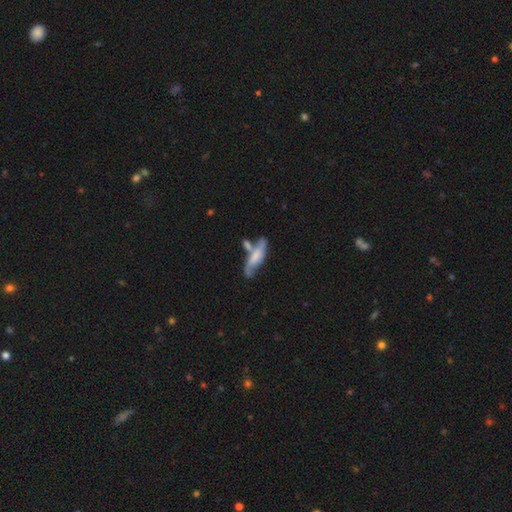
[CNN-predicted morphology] This is possibly a featured or disk galaxy (48%). Merging: marginally none (36%).